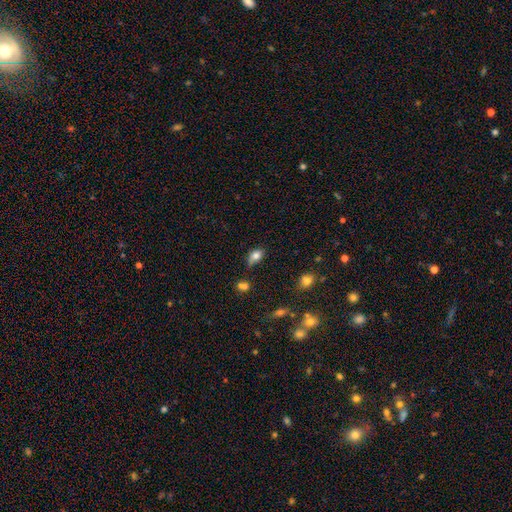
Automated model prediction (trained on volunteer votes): smooth 79%, featured or disk 11%, star or artifact 10%. Down the decision tree: how rounded — in between (78%); merging — none (47%).